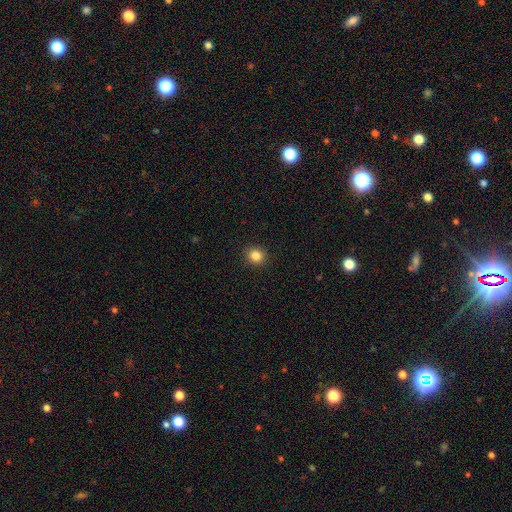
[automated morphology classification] Smooth or featured? smooth (84%)
How rounded? round (84%)
Merging? none (92%)